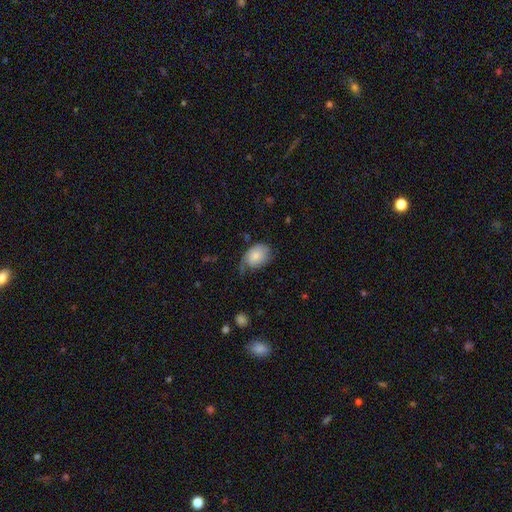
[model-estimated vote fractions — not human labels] Smooth or featured: smooth — 69% (featured or disk — 24%)
How rounded: in between — 80% (round — 19%)
Merging: none — 39% (minor disturbance — 38%)